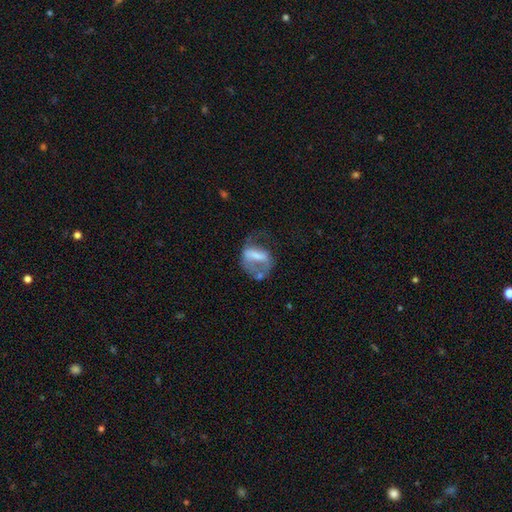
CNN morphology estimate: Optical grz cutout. It shows a featured or disk galaxy (55%) with a strong bar (41%), no spiral arms (58%) and no central bulge (37%). Merging: major disturbance (46%).